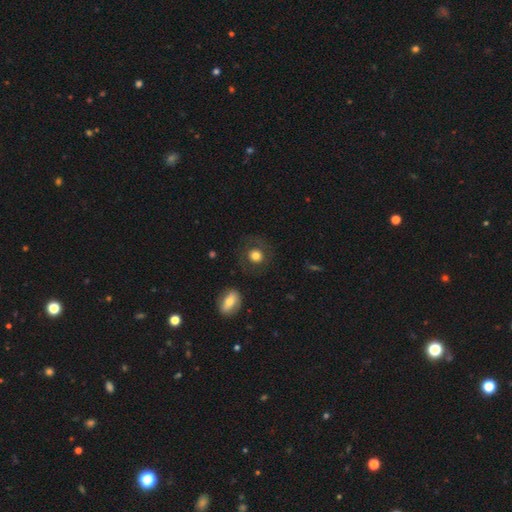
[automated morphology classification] Smooth or featured?
  - smooth: 70% *
  - featured or disk: 20%
  - star or artifact: 10%
How rounded?
  - round: 84% *
  - in between: 15%
  - cigar-shaped: 1%
Merging?
  - none: 74% *
  - minor disturbance: 13%
  - major disturbance: 11%
  - merger: 2%